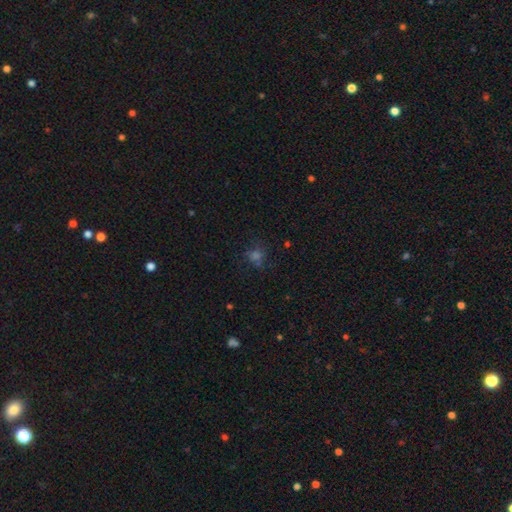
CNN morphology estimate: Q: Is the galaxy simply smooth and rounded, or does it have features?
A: smooth — 49%.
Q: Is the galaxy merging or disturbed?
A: none — 71%.